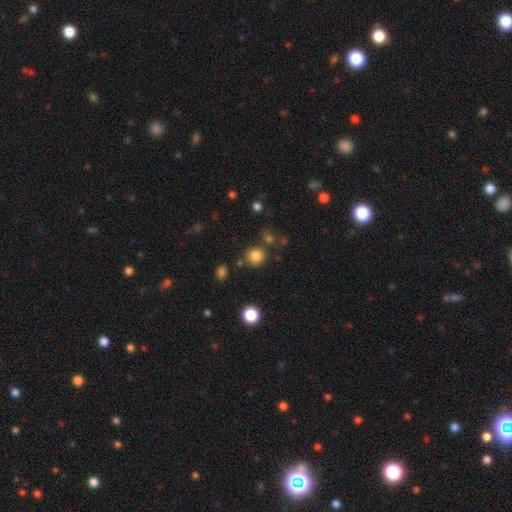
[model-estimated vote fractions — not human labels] Smooth or featured: smooth — 82% (star or artifact — 13%)
How rounded: round — 84% (in between — 15%)
Merging: none — 76% (minor disturbance — 12%)